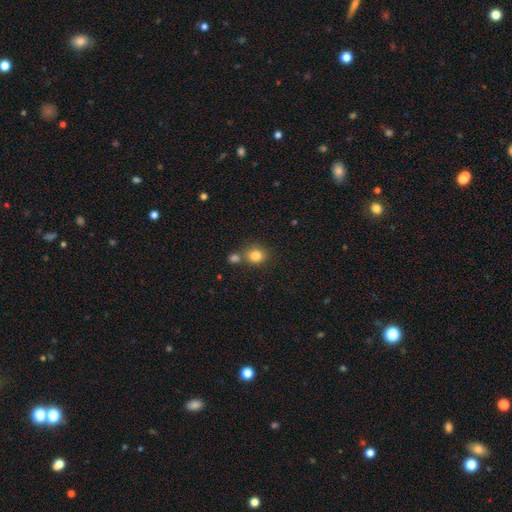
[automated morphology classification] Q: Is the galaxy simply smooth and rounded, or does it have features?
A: smooth — 83%.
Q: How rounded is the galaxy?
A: round — 79%.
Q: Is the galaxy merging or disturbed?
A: none — 63%.